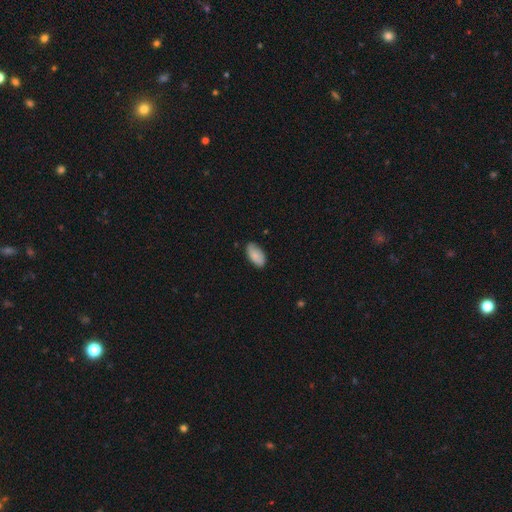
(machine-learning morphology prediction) type=smooth (83%); roundness=in between (94%); merging=none (80%).